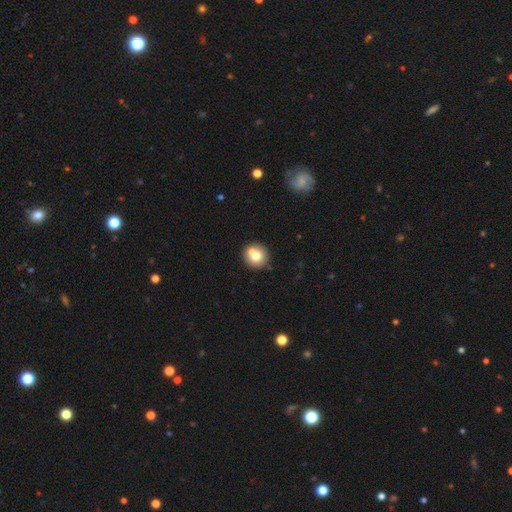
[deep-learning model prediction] Smooth or featured: smooth — 72% (featured or disk — 18%)
How rounded: round — 91% (in between — 8%)
Merging: none — 65% (merger — 23%)